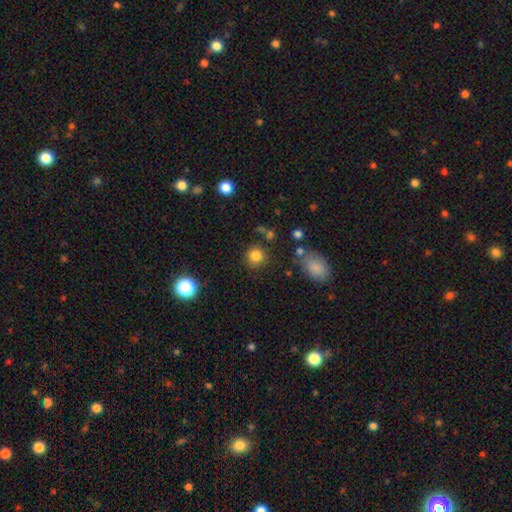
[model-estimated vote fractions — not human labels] This appears to be a smooth galaxy with no disk features (83%) that is round (91%). Merging: none (83%).